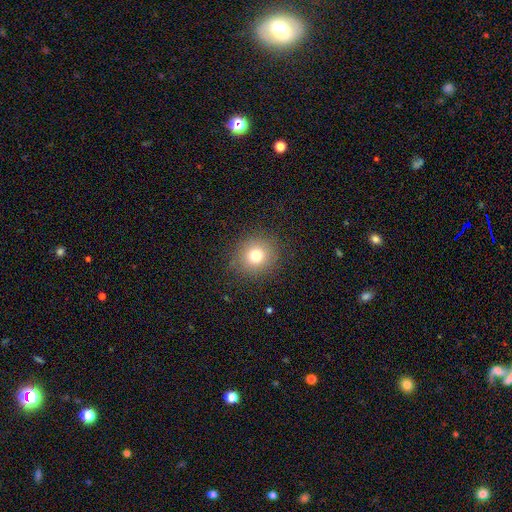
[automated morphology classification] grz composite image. It shows a smooth galaxy with no disk features (75%) that is round (86%). Merging: none (86%).